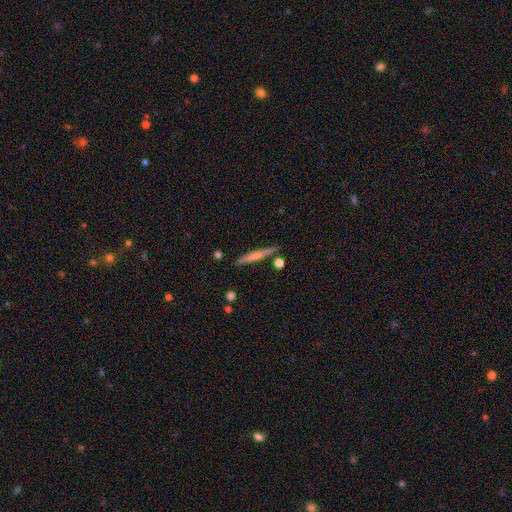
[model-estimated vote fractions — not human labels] Smooth or featured: smooth — 49% (featured or disk — 44%)
Merging: none — 86% (minor disturbance — 9%)